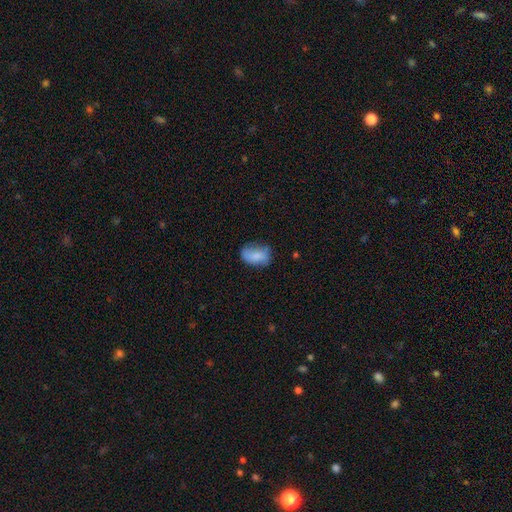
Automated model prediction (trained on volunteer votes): Smooth or featured? smooth (79%)
How rounded? in between (87%)
Merging? none (59%)